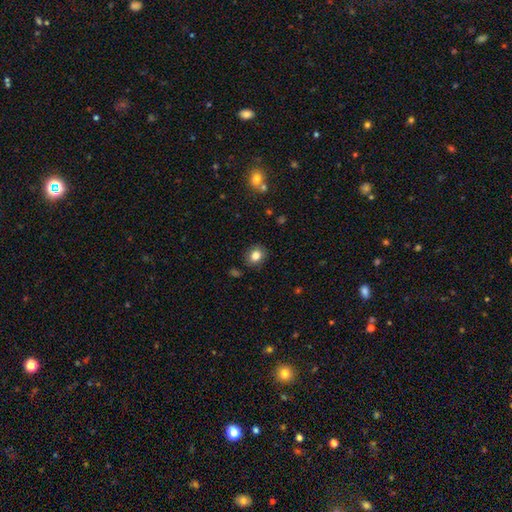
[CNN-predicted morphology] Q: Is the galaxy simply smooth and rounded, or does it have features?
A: smooth — 83%.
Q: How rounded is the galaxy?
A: round — 59%.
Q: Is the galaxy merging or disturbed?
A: none — 86%.